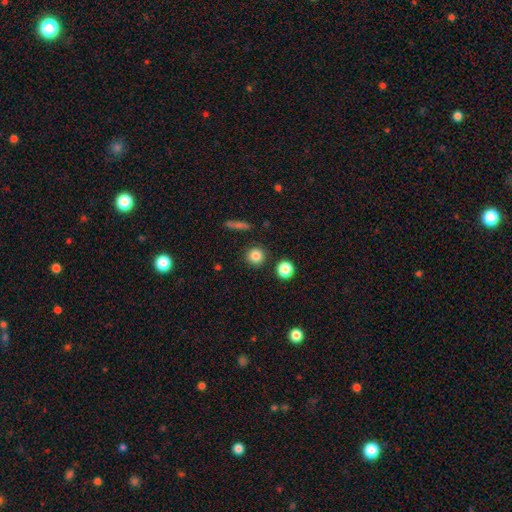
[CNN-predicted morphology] The model was most divided on "smooth or featured": smooth: 84%, star or artifact: 11%, featured or disk: 5%. More confident: how rounded — round (93%); merging — none (89%).